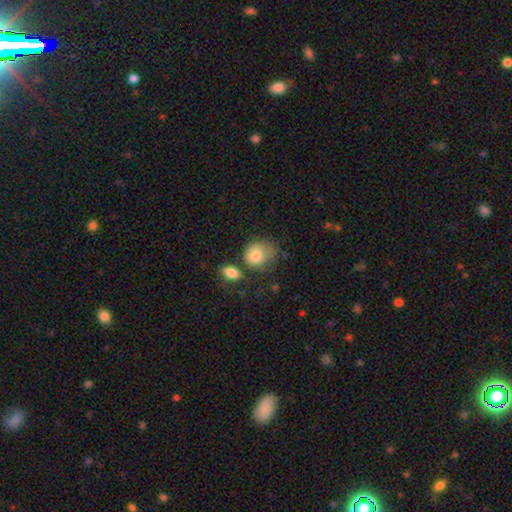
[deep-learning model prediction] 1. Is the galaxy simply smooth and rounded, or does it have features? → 81% smooth, 11% featured or disk, 8% star or artifact.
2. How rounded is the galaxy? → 54% round, 44% in between, 1% cigar-shaped.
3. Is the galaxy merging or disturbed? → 35% none, 32% minor disturbance, 20% major disturbance, 14% merger.